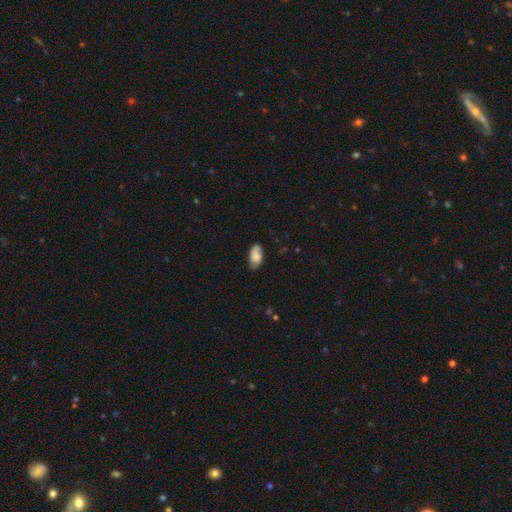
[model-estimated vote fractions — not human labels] smooth 74%, featured or disk 19%, star or artifact 8%. Down the decision tree: how rounded — in between (93%); merging — none (73%).